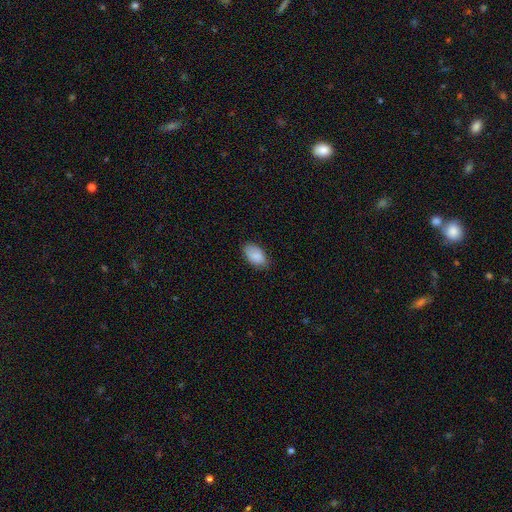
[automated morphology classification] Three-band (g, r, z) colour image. It shows a smooth galaxy with no disk features (87%) that is in between round and cigar-shaped (94%). Merging: none (76%).